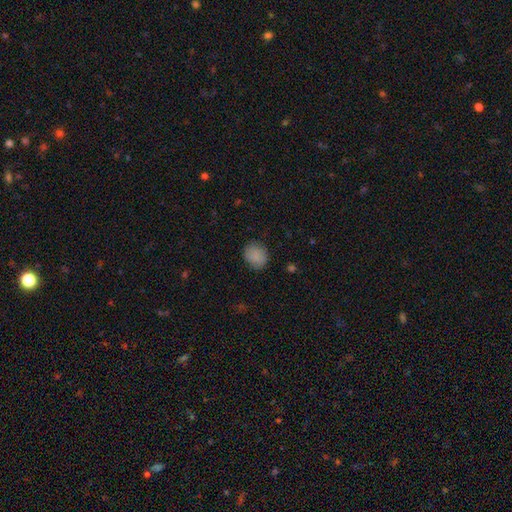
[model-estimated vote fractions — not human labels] Overall: smooth (85%). How rounded: round (67%; in between 32%). Merging: none (82%).